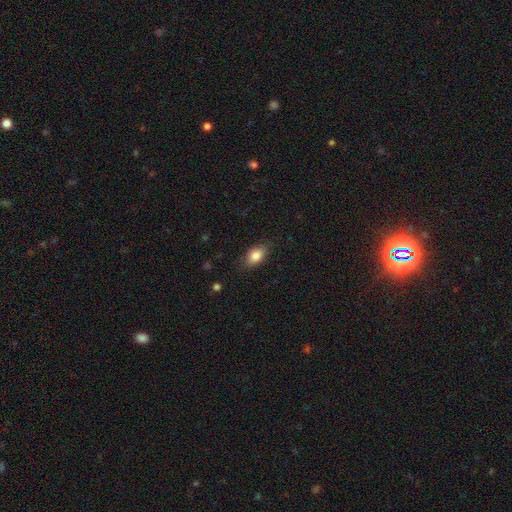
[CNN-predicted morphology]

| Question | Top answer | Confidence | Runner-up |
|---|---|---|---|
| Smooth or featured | smooth | 83% | featured or disk (9%) |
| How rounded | in between | 83% | round (14%) |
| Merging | none | 79% | minor disturbance (17%) |